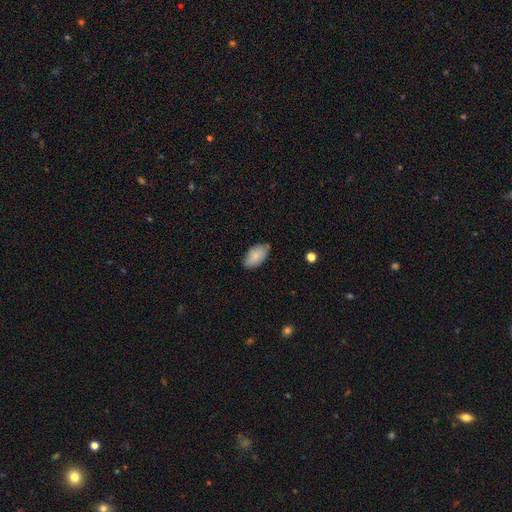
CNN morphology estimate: This is clearly a smooth galaxy (85%). How rounded: clearly in between (95%). Merging: likely none (74%).